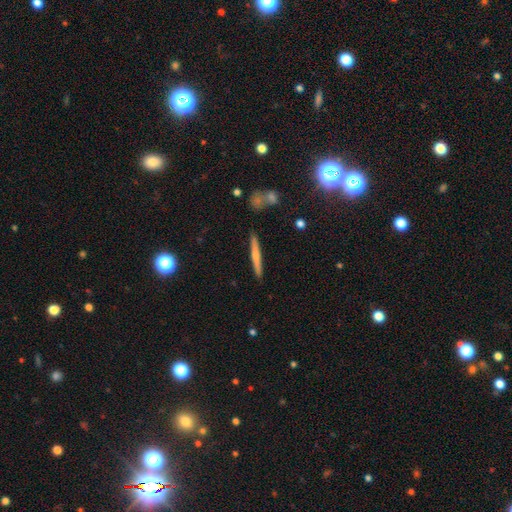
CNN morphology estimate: This appears to be a featured or disk galaxy (48%). Merging: none (89%).